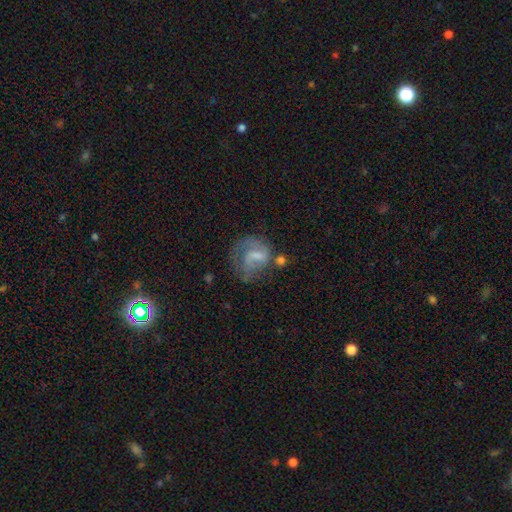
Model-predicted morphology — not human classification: Q: Smooth or featured?
A: featured or disk (58%); runner-up: smooth (33%)
Q: Edge-on disk?
A: no (97%); runner-up: yes (3%)
Q: Bar?
A: weak (49%); runner-up: no (35%)
Q: Spiral arms?
A: yes (73%); runner-up: no (27%)
Q: Bulge size?
A: none (37%); runner-up: small (30%)
Q: Merging?
A: none (37%); runner-up: major disturbance (31%)